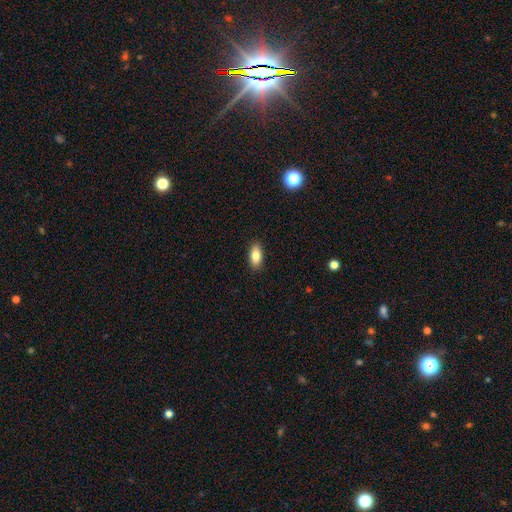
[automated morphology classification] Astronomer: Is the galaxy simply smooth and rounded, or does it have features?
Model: smooth — 83%.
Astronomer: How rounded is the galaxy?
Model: in between — 88%.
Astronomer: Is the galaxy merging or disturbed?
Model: none — 89%.